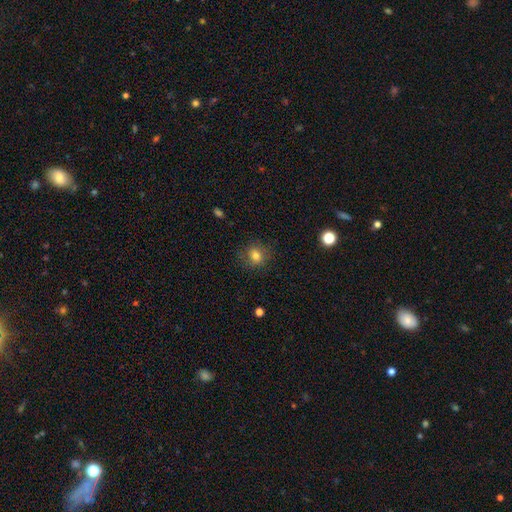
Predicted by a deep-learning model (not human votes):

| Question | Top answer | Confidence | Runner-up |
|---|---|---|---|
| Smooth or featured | smooth | 79% | star or artifact (12%) |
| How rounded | round | 79% | in between (20%) |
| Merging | none | 83% | minor disturbance (12%) |